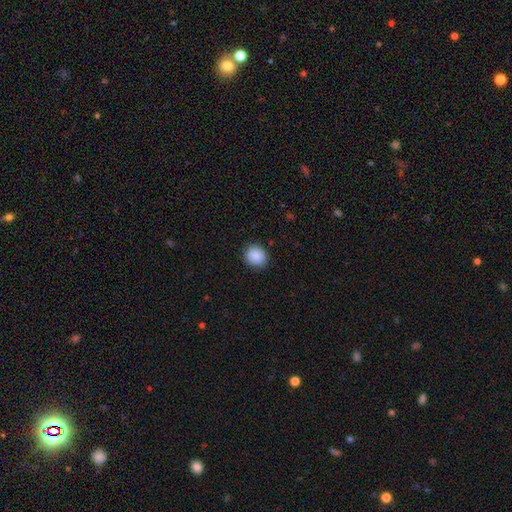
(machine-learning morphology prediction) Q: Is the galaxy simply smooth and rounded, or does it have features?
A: smooth — 89%.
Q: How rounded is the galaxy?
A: round — 80%.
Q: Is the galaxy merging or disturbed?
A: none — 89%.